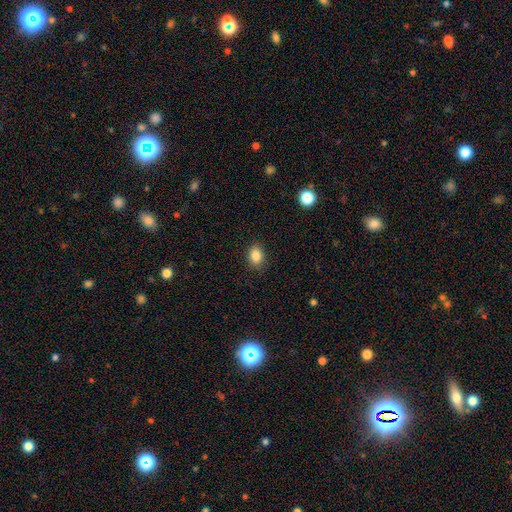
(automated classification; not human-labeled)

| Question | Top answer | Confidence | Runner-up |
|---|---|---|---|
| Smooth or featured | smooth | 86% | star or artifact (9%) |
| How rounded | in between | 62% | round (37%) |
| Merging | none | 87% | minor disturbance (10%) |